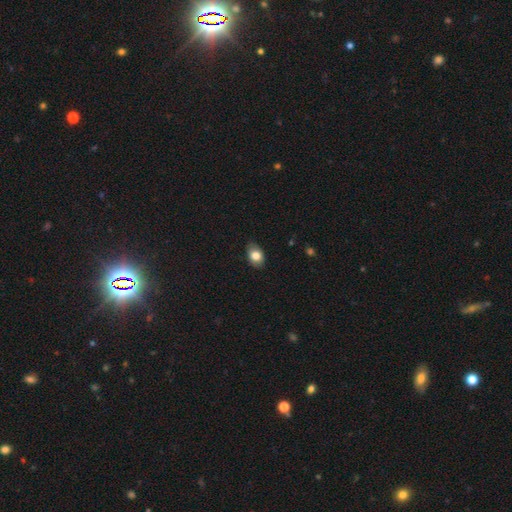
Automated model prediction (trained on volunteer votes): Morphology: type=smooth (81%); roundness=in between (82%); merging=none (81%).